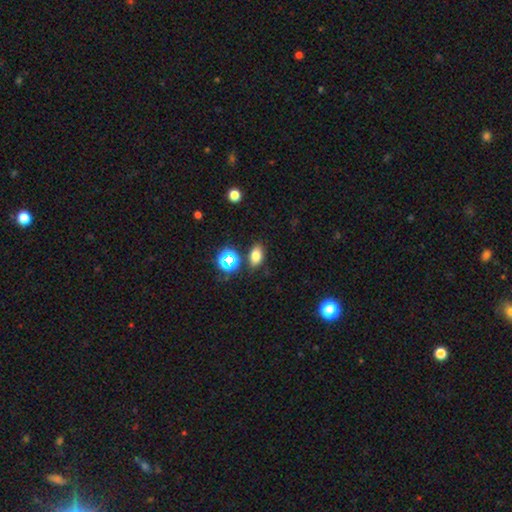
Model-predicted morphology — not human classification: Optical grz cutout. It shows a smooth galaxy with no disk features (74%) that is in between round and cigar-shaped (82%). Merging: none (81%).